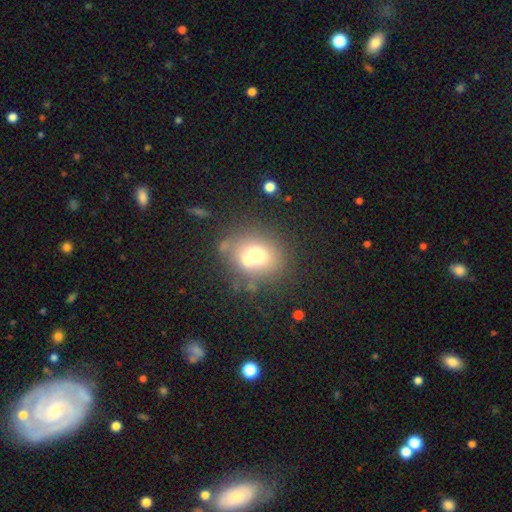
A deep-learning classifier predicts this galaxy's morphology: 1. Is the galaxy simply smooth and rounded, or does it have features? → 65% smooth, 20% featured or disk, 15% star or artifact.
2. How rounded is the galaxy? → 67% round, 32% in between, 1% cigar-shaped.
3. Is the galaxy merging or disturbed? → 54% none, 25% merger, 13% minor disturbance, 7% major disturbance.